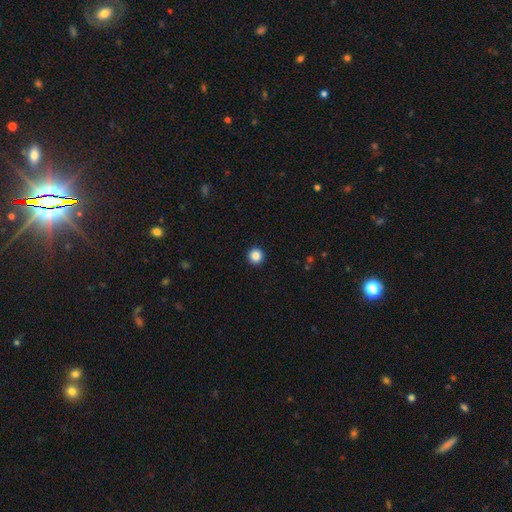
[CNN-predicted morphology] type=smooth (87%); roundness=round (96%); merging=none (94%).